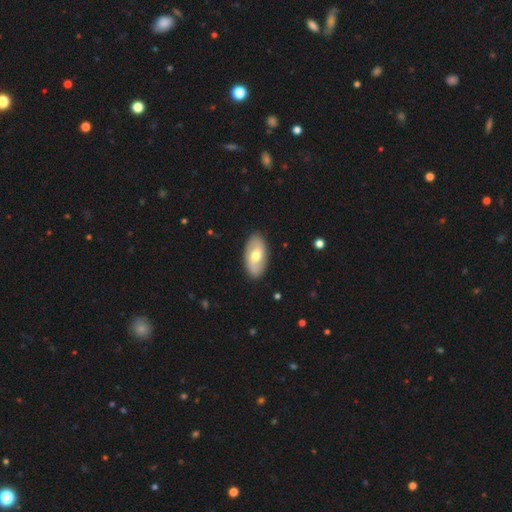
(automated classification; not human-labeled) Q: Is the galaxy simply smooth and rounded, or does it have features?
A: smooth — 53%.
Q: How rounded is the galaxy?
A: in between — 93%.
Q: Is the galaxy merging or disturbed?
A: none — 87%.